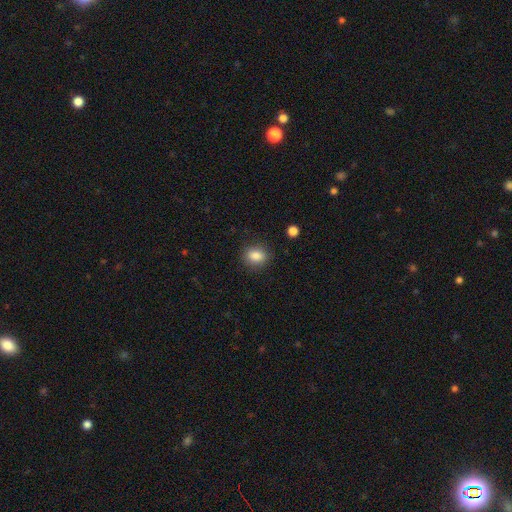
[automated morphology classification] Smooth or featured? Predicted: smooth (p=0.86). How rounded? Predicted: round (p=0.50). Merging? Predicted: none (p=0.86).